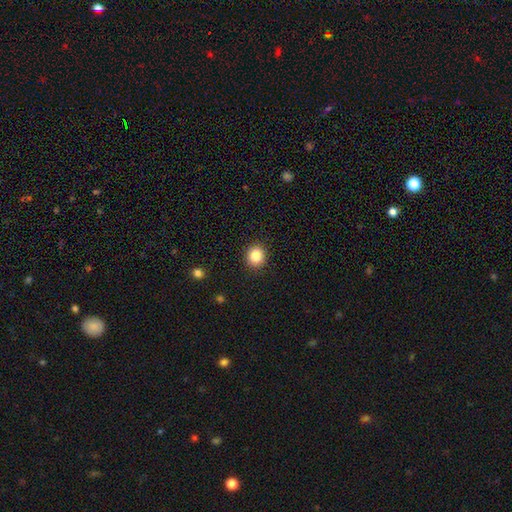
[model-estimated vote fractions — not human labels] Smooth or featured: smooth — 84% (star or artifact — 10%)
How rounded: round — 84% (in between — 15%)
Merging: none — 91% (minor disturbance — 6%)